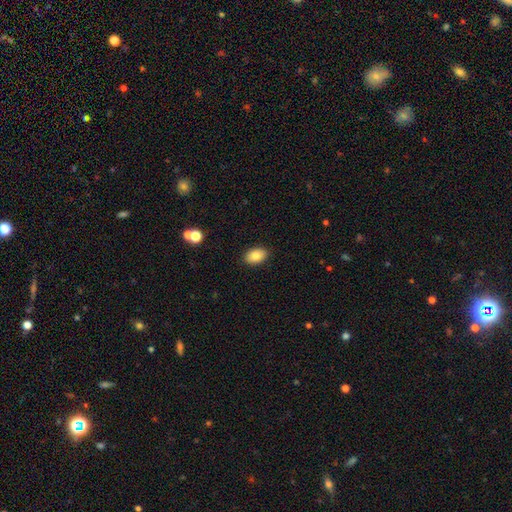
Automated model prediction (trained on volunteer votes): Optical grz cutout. It shows a smooth galaxy with no disk features (85%) that is in between round and cigar-shaped (88%). Merging: none (89%).